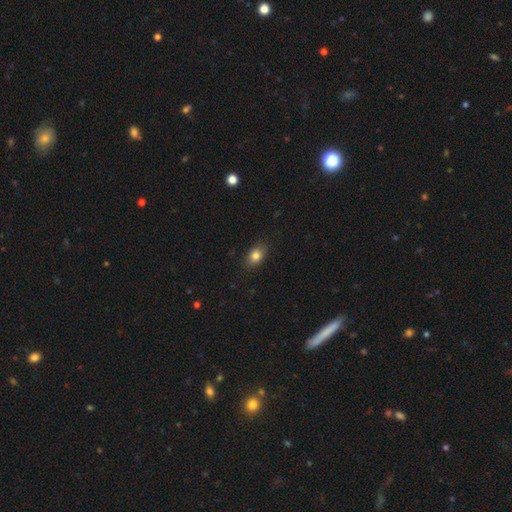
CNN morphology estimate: The model was most divided on "how rounded": in between: 74%, round: 25%, cigar-shaped: 2%. More confident: merging — none (86%); smooth or featured — smooth (82%).